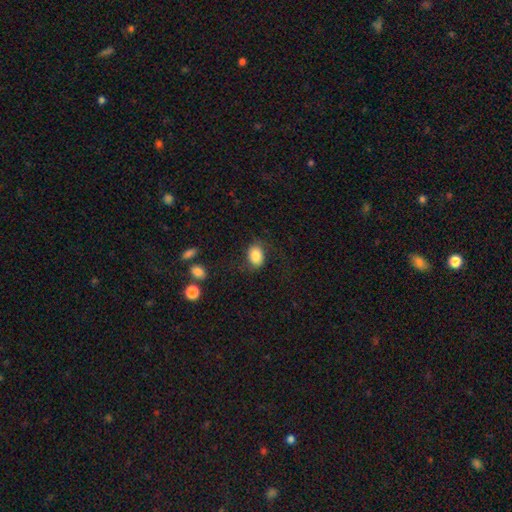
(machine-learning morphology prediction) Q: Smooth or featured?
A: smooth (82%); runner-up: featured or disk (10%)
Q: How rounded?
A: in between (72%); runner-up: round (27%)
Q: Merging?
A: none (72%); runner-up: minor disturbance (16%)